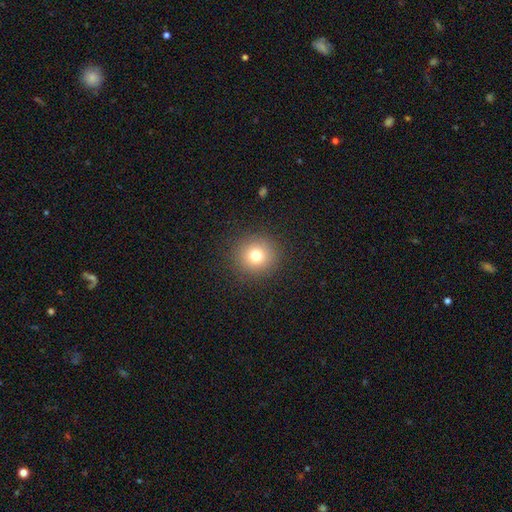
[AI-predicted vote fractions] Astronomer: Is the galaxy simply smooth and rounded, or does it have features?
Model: smooth — 76%.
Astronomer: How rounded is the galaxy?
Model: round — 93%.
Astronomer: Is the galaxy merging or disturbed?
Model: none — 90%.